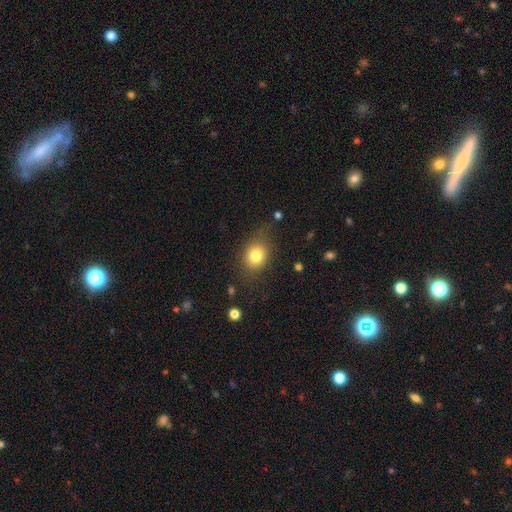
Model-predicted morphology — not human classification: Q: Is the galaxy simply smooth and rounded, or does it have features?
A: smooth — 78%.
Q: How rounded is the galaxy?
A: round — 57%.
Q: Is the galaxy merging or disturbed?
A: none — 72%.